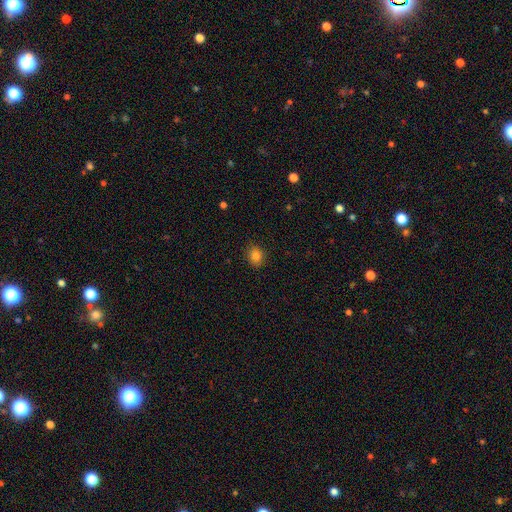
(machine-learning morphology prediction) Smooth or featured?
  - smooth: 81% *
  - star or artifact: 12%
  - featured or disk: 6%
How rounded?
  - round: 67% *
  - in between: 32%
  - cigar-shaped: 1%
Merging?
  - none: 87% *
  - minor disturbance: 10%
  - major disturbance: 2%
  - merger: 1%